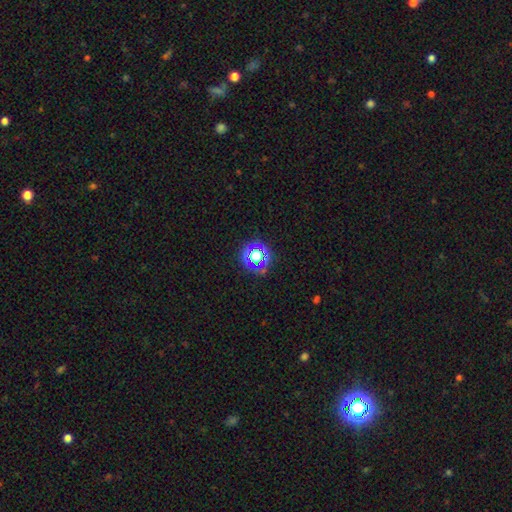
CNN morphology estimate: A star or artifact, not a galaxy (59%).

Vote fractions:
- Smooth or featured? star or artifact: 59% / smooth: 31% / featured or disk: 11%